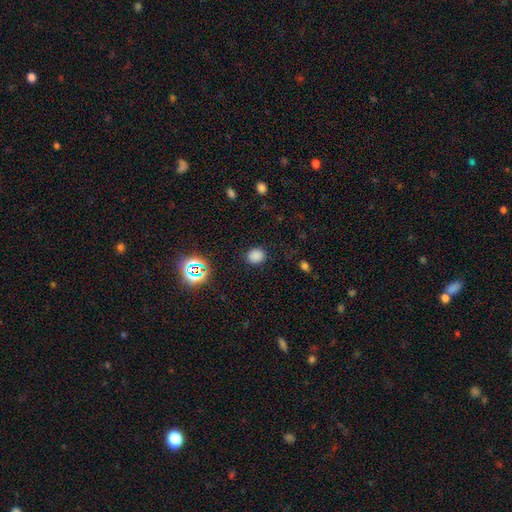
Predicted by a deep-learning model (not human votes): The model was most divided on "how rounded": round: 72%, in between: 27%, cigar-shaped: 1%. More confident: merging — none (87%); smooth or featured — smooth (78%).